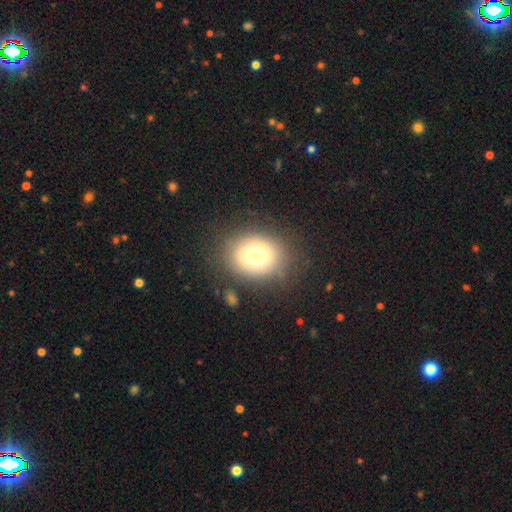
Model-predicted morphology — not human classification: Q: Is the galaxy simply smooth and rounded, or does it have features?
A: smooth — 63%.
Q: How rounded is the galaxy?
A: in between — 52%.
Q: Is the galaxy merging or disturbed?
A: none — 74%.